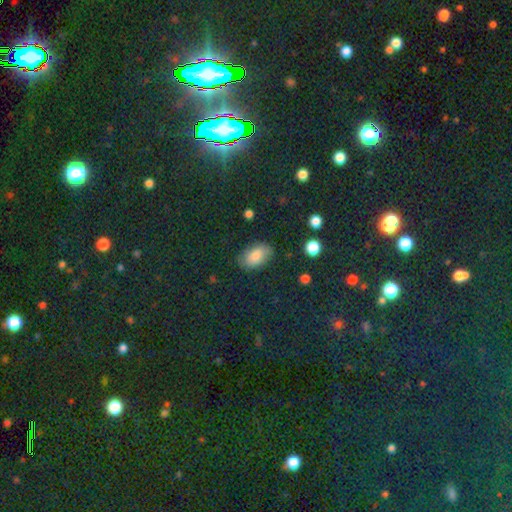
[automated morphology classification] Smooth or featured?
  - smooth: 72% *
  - star or artifact: 16%
  - featured or disk: 12%
How rounded?
  - in between: 91% *
  - round: 7%
  - cigar-shaped: 2%
Merging?
  - none: 81% *
  - minor disturbance: 14%
  - major disturbance: 4%
  - merger: 2%